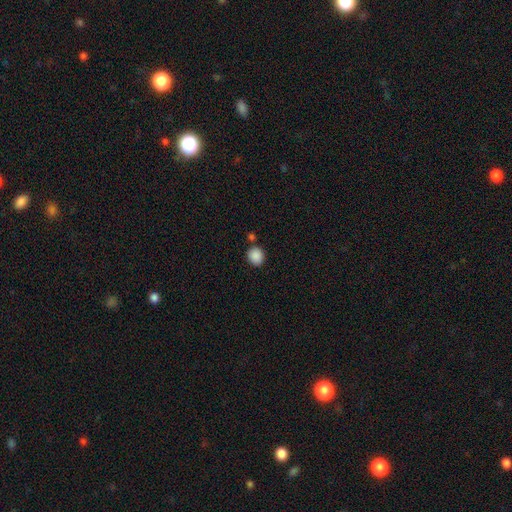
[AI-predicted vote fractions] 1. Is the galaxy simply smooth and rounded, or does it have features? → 88% smooth, 9% star or artifact, 3% featured or disk.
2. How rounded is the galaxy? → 78% round, 21% in between, 1% cigar-shaped.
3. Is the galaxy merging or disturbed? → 79% none, 10% minor disturbance, 8% merger, 3% major disturbance.